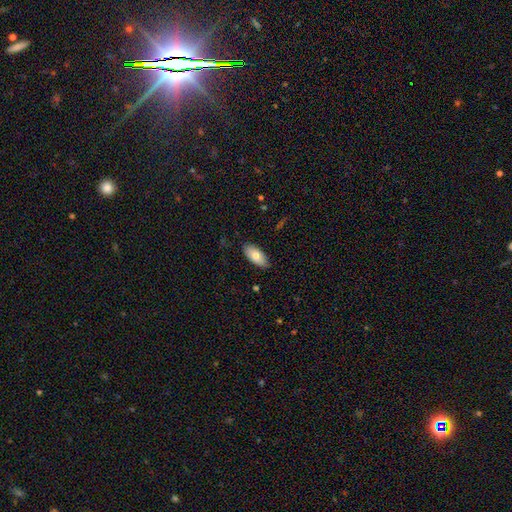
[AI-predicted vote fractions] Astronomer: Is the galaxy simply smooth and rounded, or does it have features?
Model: smooth — 81%.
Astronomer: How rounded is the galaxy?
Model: in between — 92%.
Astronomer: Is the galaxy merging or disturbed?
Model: none — 85%.